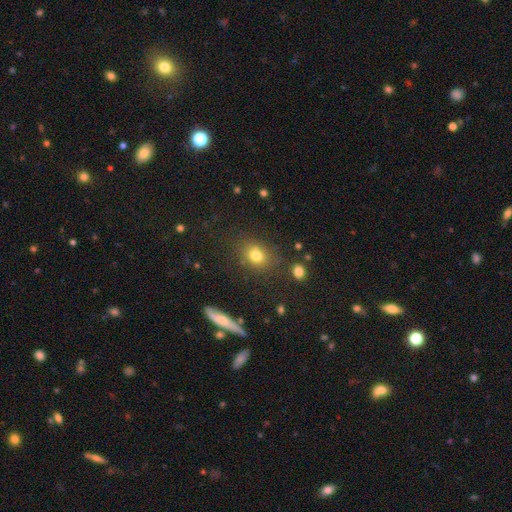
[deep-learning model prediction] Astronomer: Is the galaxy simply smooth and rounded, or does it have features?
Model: smooth — 77%.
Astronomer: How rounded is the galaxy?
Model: round — 59% (runner-up: in between, 39%).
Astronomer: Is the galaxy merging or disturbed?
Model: none — 80%.